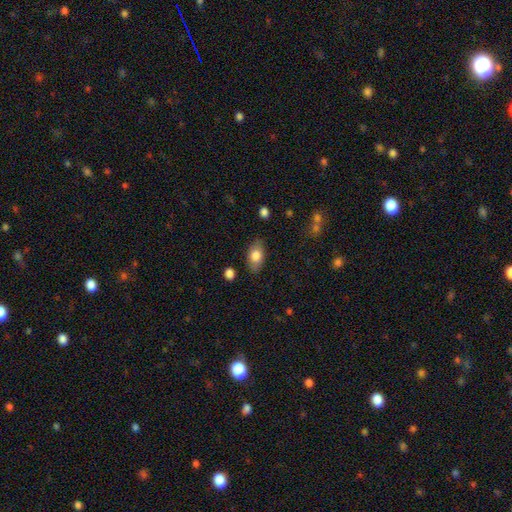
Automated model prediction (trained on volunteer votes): The model was most divided on "smooth or featured": smooth: 80%, featured or disk: 13%, star or artifact: 7%. More confident: how rounded — in between (89%); merging — none (82%).